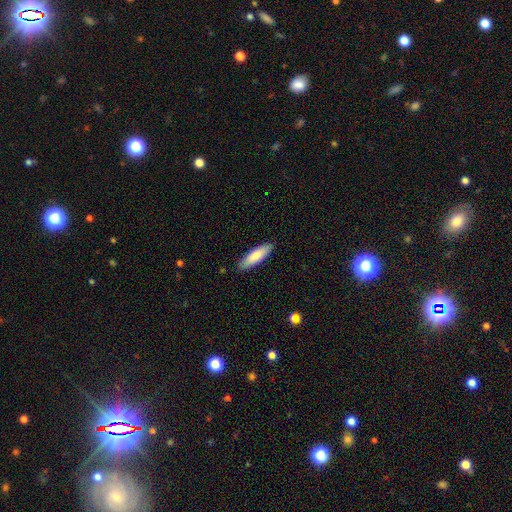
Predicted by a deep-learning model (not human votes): This is clearly a smooth galaxy (82%). How rounded: possibly cigar-shaped (54%). Merging: clearly none (89%).